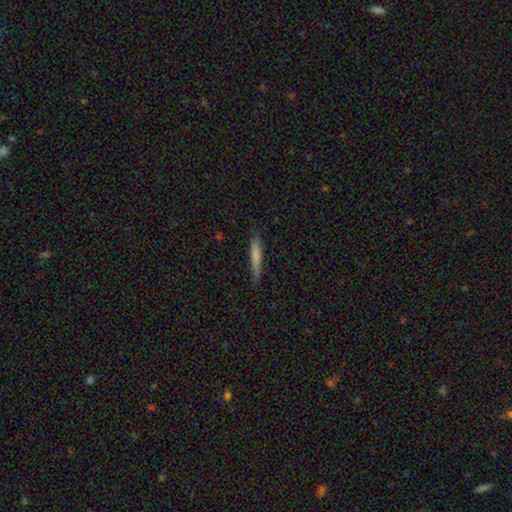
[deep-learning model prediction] smooth 72%, featured or disk 21%, star or artifact 7%. Down the decision tree: how rounded — cigar-shaped (93%); merging — none (78%).